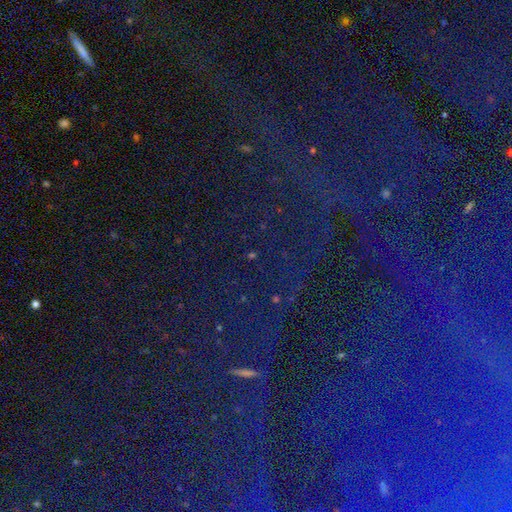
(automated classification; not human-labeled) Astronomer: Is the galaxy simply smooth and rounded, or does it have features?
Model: star or artifact — 84%.